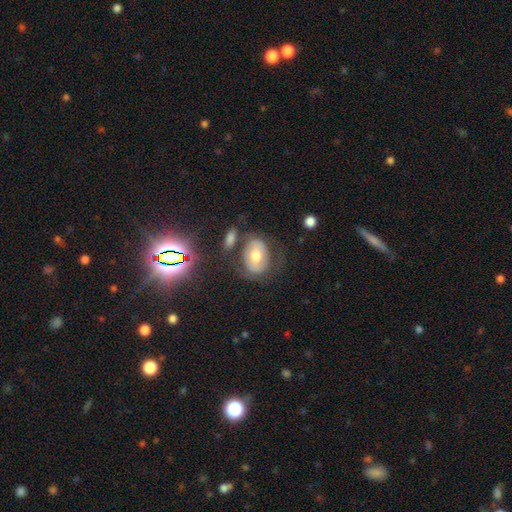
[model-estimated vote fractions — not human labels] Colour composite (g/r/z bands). It shows a smooth galaxy with no disk features (47%). Merging: none (59%).